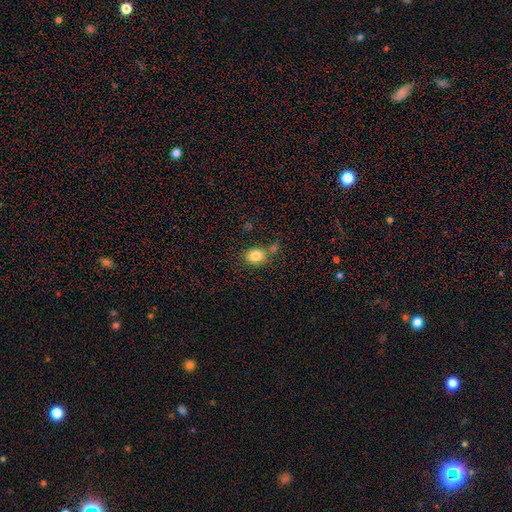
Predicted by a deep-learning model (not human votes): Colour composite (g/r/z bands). It shows a smooth galaxy with no disk features (83%) that is round (54%). Merging: none (67%).